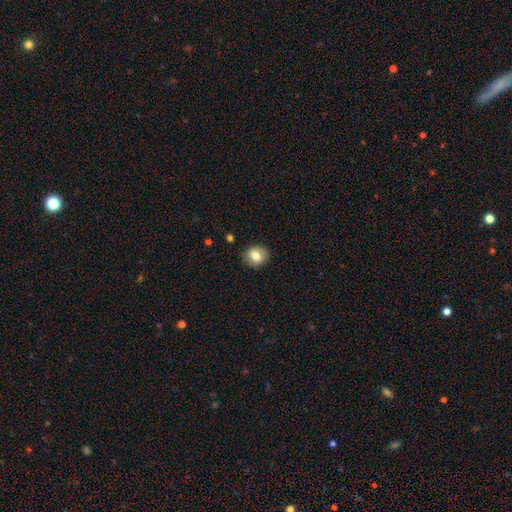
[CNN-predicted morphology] Smooth or featured?
  - smooth: 80% *
  - featured or disk: 11%
  - star or artifact: 9%
How rounded?
  - round: 82% *
  - in between: 18%
  - cigar-shaped: 1%
Merging?
  - none: 88% *
  - minor disturbance: 9%
  - major disturbance: 2%
  - merger: 1%